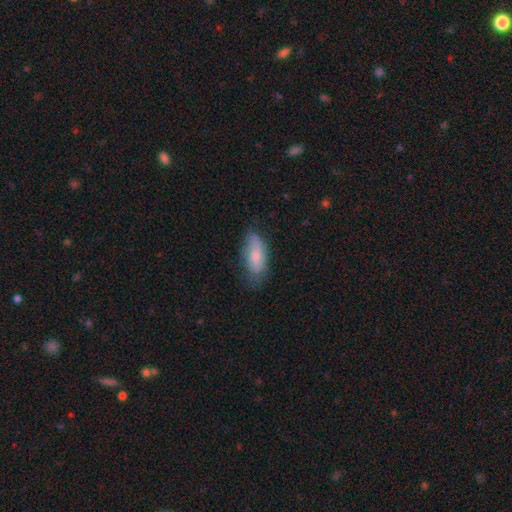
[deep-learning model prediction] Overall: smooth (74%). How rounded: in between (82%). Merging: none (64%; minor disturbance 28%).